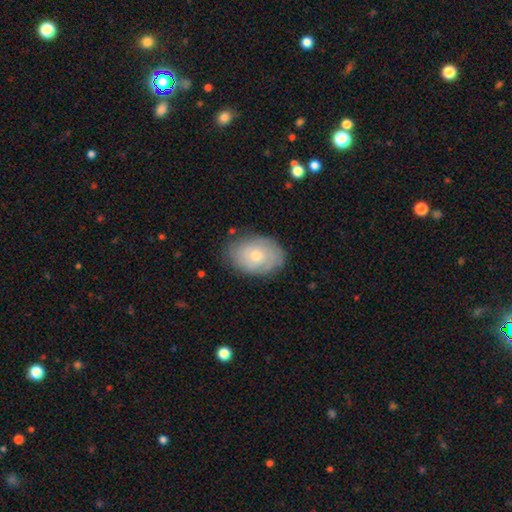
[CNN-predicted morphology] Overall: featured or disk (47%; smooth 46%). Merging: none (78%).